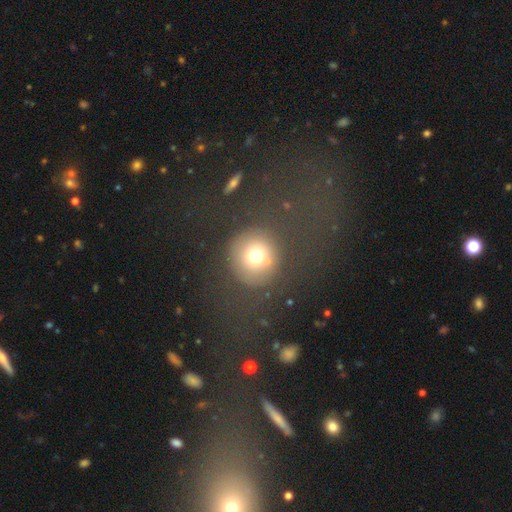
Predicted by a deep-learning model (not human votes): Smooth or featured: smooth — 72% (star or artifact — 16%)
How rounded: round — 92% (in between — 7%)
Merging: none — 74% (minor disturbance — 11%)